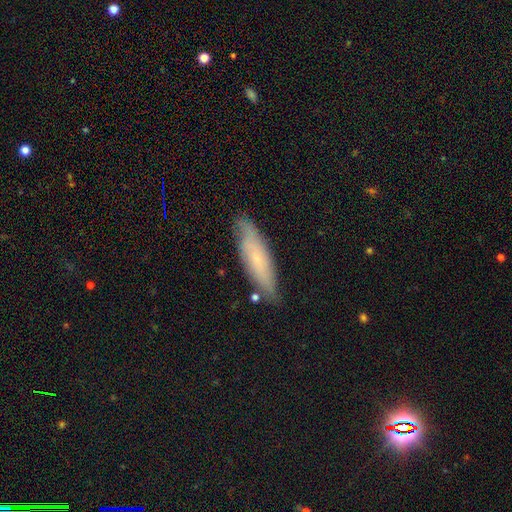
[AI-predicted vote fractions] Q: Smooth or featured?
A: smooth (48%); runner-up: featured or disk (42%)
Q: Merging?
A: none (78%); runner-up: minor disturbance (17%)